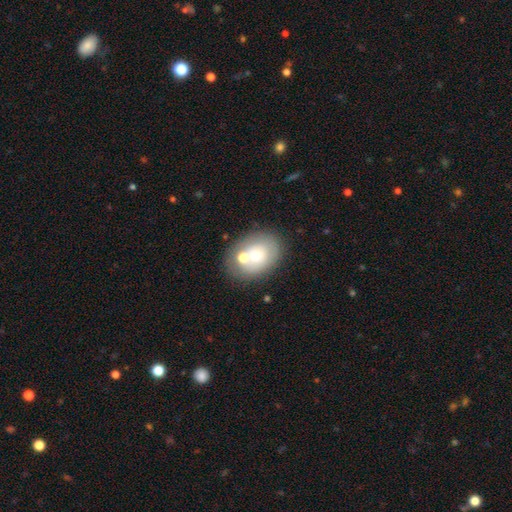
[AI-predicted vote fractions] A smooth galaxy with no disk features (63%) that is in between round and cigar-shaped (66%).

Vote fractions:
- Smooth or featured? smooth: 63% / featured or disk: 28% / star or artifact: 10%
- How rounded? in between: 66% / round: 33% / cigar-shaped: 1%
- Merging? none: 60% / merger: 21% / minor disturbance: 14% / major disturbance: 5%